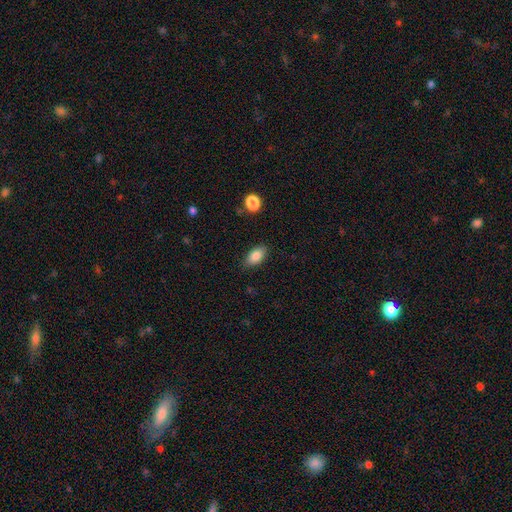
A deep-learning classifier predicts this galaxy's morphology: Smooth or featured?
  - smooth: 85% *
  - star or artifact: 8%
  - featured or disk: 7%
How rounded?
  - in between: 90% *
  - round: 6%
  - cigar-shaped: 4%
Merging?
  - none: 83% *
  - minor disturbance: 13%
  - major disturbance: 3%
  - merger: 1%